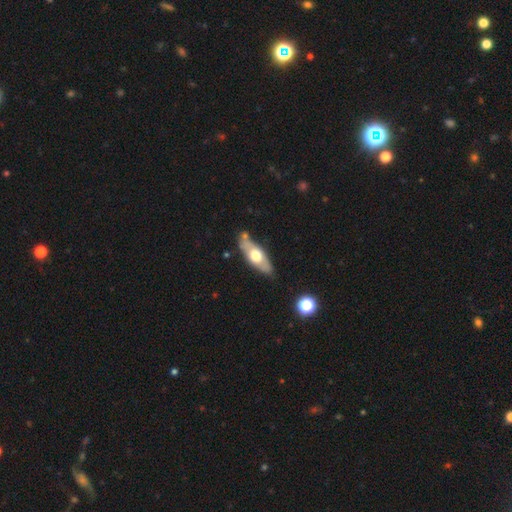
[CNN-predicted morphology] featured or disk 48%, smooth 47%, star or artifact 6%. Down the decision tree: merging — none (74%).